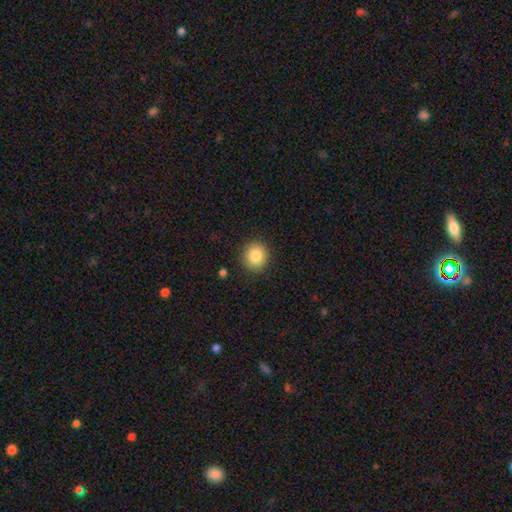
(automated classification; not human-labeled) This appears to be a smooth galaxy with no disk features (85%) that is round (89%). Merging: none (89%).